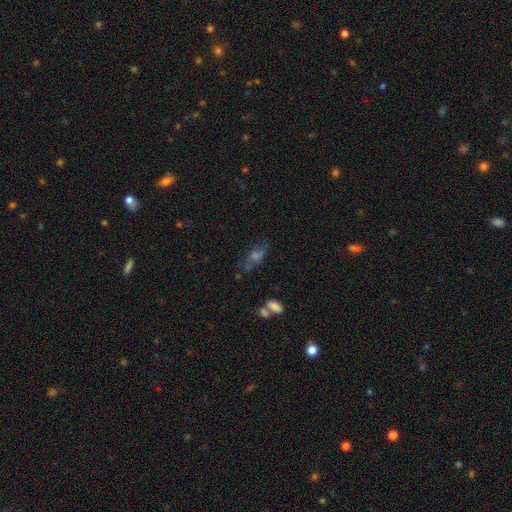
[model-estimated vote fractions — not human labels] Overall: smooth (44%; featured or disk 31%). Merging: none (58%; minor disturbance 21%).